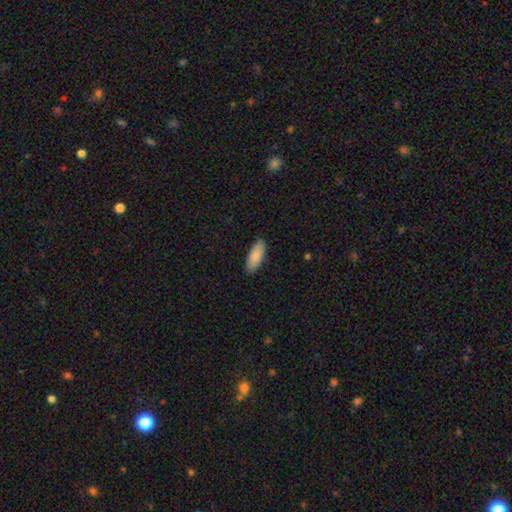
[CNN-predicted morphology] This is clearly a smooth galaxy (85%). How rounded: likely in between (80%). Merging: clearly none (85%).